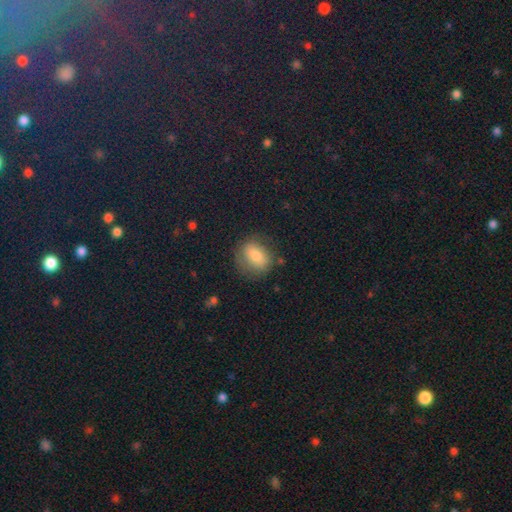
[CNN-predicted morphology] Smooth or featured? Predicted: smooth (p=0.72). How rounded? Predicted: in between (p=0.55). Merging? Predicted: none (p=0.73).